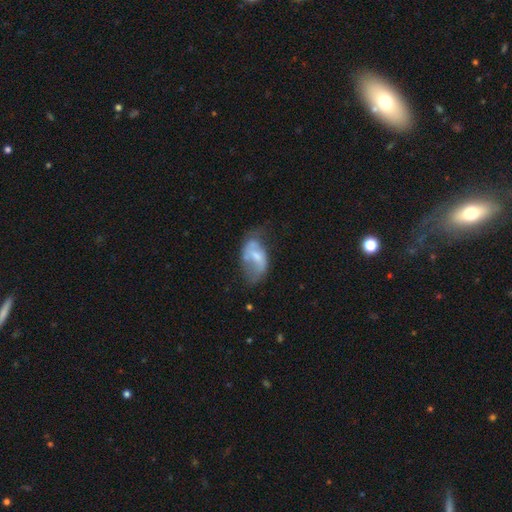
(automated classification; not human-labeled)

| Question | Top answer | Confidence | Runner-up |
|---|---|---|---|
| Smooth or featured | featured or disk | 47% | smooth (45%) |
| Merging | major disturbance | 33% | minor disturbance (31%) |